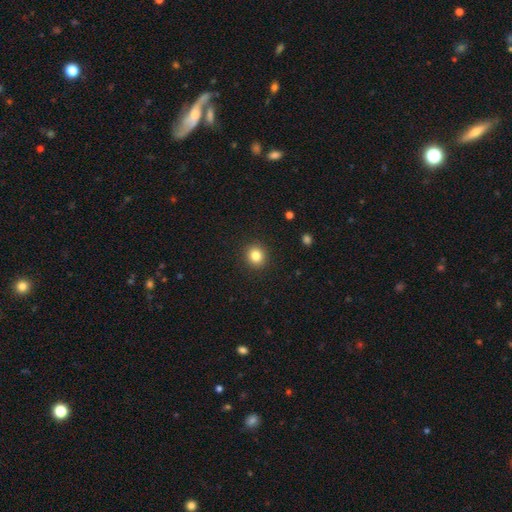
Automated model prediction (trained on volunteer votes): smooth 83%, star or artifact 11%, featured or disk 6%. Down the decision tree: how rounded — round (87%); merging — none (91%).